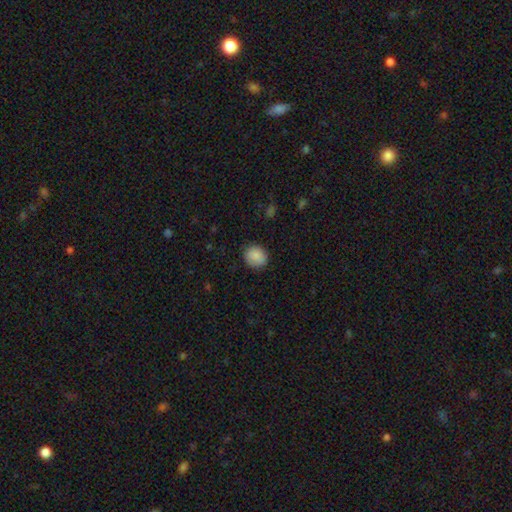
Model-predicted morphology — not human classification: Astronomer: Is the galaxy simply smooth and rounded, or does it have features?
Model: smooth — 86%.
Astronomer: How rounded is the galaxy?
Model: round — 79%.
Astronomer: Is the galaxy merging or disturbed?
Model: none — 84%.